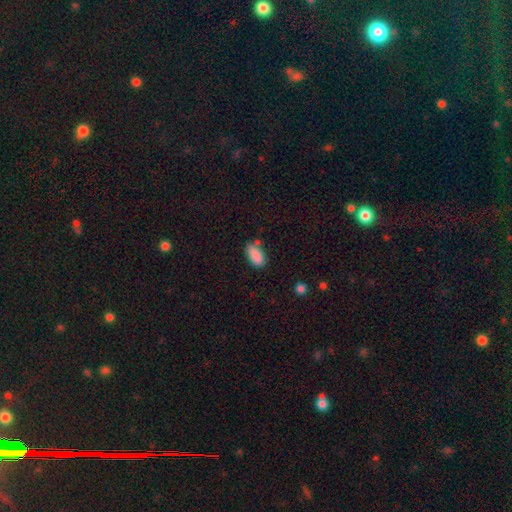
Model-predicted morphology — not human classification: This is clearly a smooth galaxy (88%). How rounded: clearly in between (91%). Merging: likely none (66%).